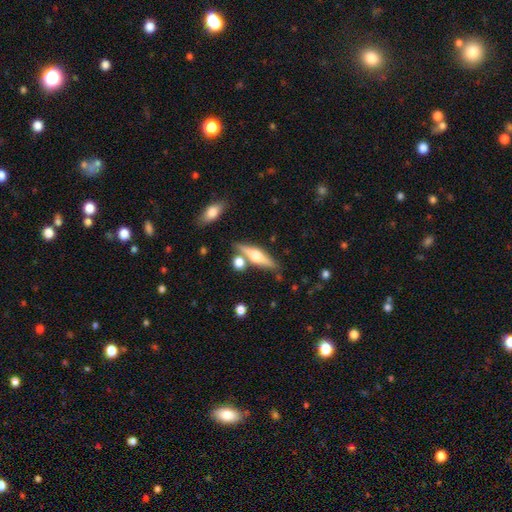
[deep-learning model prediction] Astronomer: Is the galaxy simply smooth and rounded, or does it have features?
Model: featured or disk — 60%.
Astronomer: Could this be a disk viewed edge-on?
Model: yes — 94%.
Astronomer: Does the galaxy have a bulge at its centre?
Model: rounded — 94%.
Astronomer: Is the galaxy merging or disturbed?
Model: none — 74%.